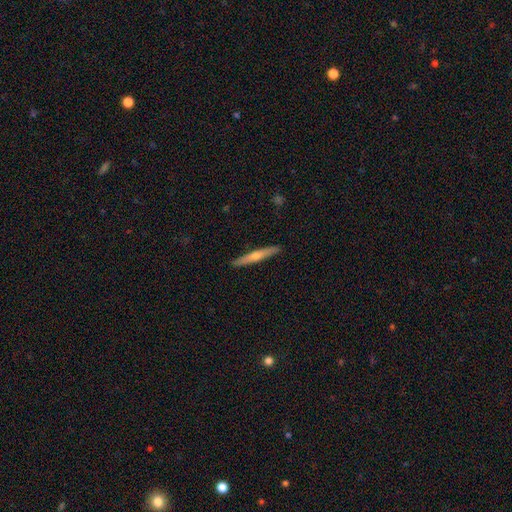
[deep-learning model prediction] Smooth or featured? featured or disk (63%)
Edge-on disk? yes (97%)
Edge-on bulge? rounded (83%)
Merging? none (91%)